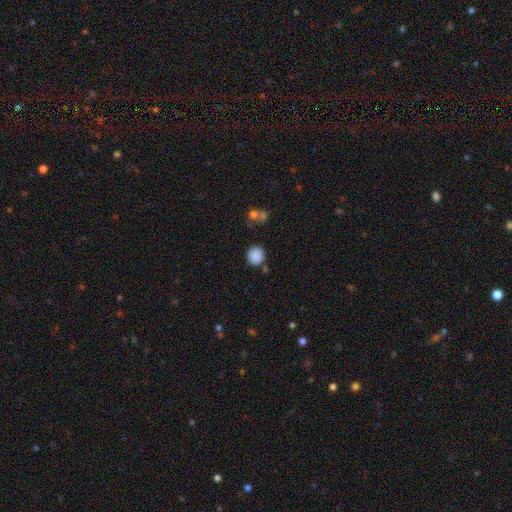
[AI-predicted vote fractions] Morphology: type=smooth (86%); roundness=round (87%); merging=none (76%).